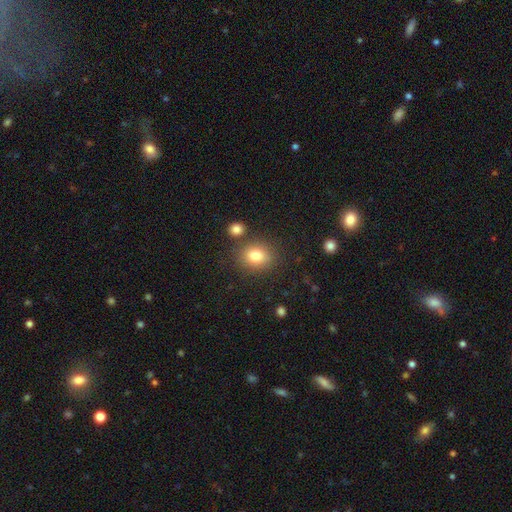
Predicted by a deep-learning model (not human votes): The model was most divided on "how rounded": round: 56%, in between: 43%, cigar-shaped: 1%. More confident: smooth or featured — smooth (81%); merging — none (77%).